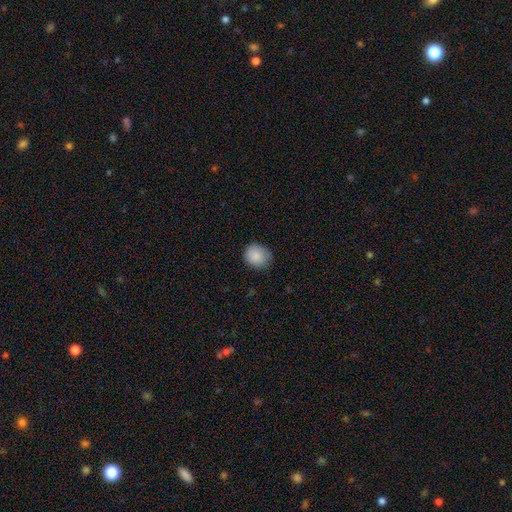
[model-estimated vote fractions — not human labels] smooth-or-featured: smooth: 88% | star or artifact: 8% | featured or disk: 4%
  how-rounded: round: 79% | in between: 20% | cigar-shaped: 1%
  merging: none: 78% | minor disturbance: 17% | major disturbance: 3% | merger: 1%